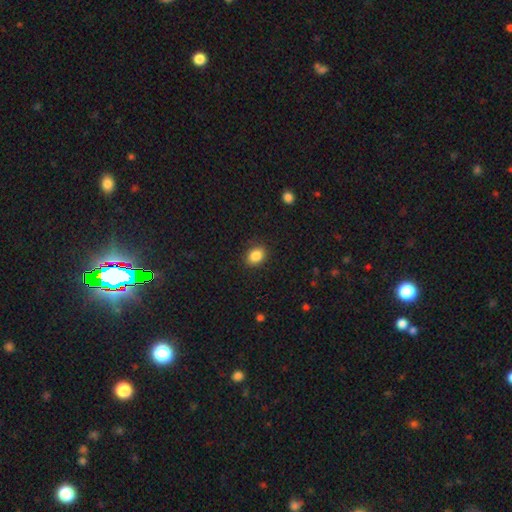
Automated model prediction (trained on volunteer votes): Q: Smooth or featured?
A: smooth (87%); runner-up: star or artifact (9%)
Q: How rounded?
A: in between (60%); runner-up: round (39%)
Q: Merging?
A: none (88%); runner-up: minor disturbance (9%)